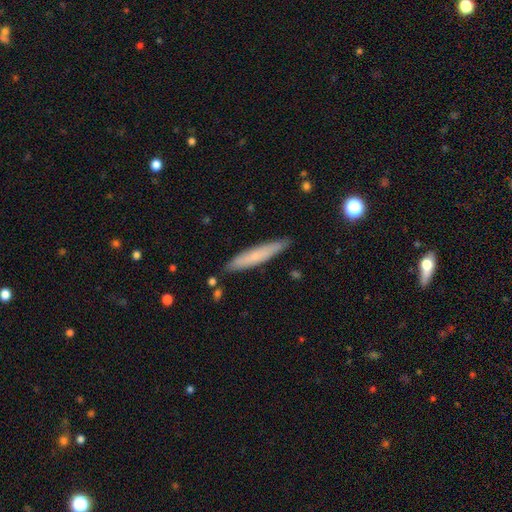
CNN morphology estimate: Smooth or featured: smooth — 65% (featured or disk — 29%)
How rounded: cigar-shaped — 92% (in between — 7%)
Merging: none — 87% (minor disturbance — 10%)